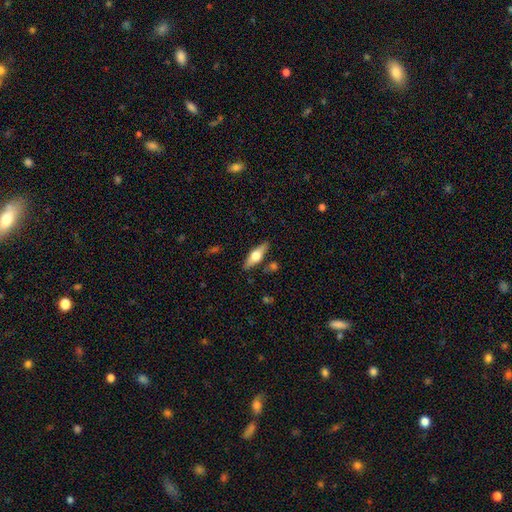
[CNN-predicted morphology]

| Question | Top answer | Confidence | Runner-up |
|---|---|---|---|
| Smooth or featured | featured or disk | 49% | smooth (45%) |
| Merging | none | 84% | minor disturbance (10%) |